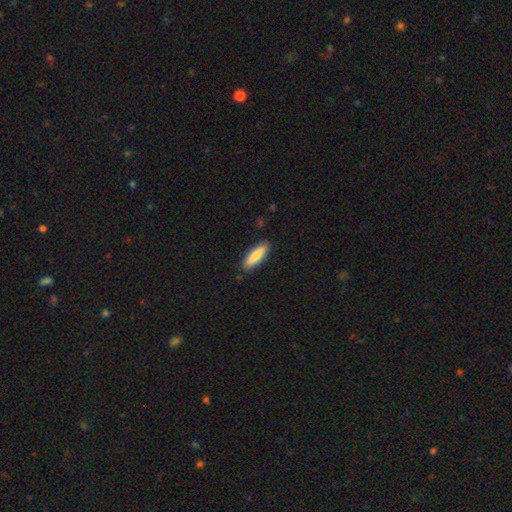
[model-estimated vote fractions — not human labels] Smooth or featured? Predicted: smooth (p=0.80). How rounded? Predicted: cigar-shaped (p=0.57). Merging? Predicted: none (p=0.88).